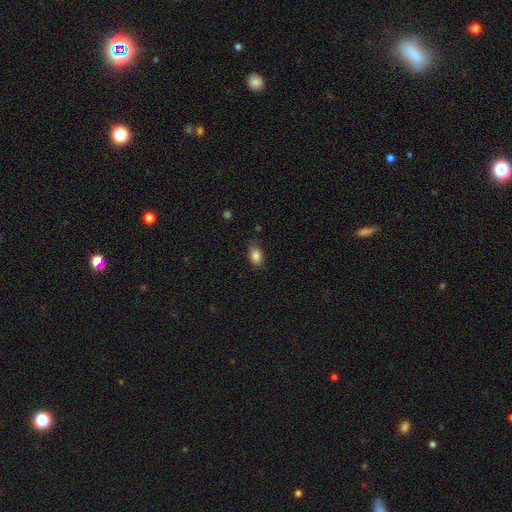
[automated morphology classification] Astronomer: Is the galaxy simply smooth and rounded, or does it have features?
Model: smooth — 86%.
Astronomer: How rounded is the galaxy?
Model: in between — 86%.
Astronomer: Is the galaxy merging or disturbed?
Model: none — 78%.